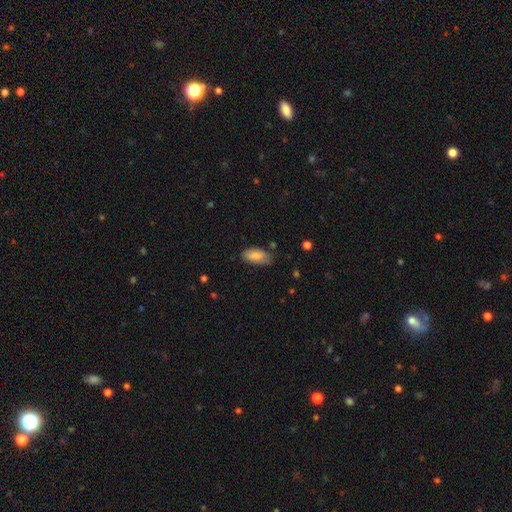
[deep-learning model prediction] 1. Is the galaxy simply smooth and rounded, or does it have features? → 80% smooth, 13% featured or disk, 6% star or artifact.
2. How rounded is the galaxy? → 90% in between, 7% cigar-shaped, 2% round.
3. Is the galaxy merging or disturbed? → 71% none, 23% minor disturbance, 4% major disturbance, 2% merger.